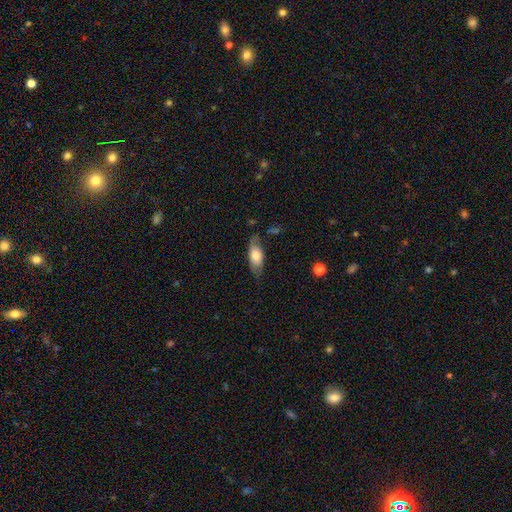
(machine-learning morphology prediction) Q: Smooth or featured?
A: smooth (68%); runner-up: featured or disk (26%)
Q: How rounded?
A: in between (82%); runner-up: cigar-shaped (15%)
Q: Merging?
A: none (67%); runner-up: minor disturbance (24%)